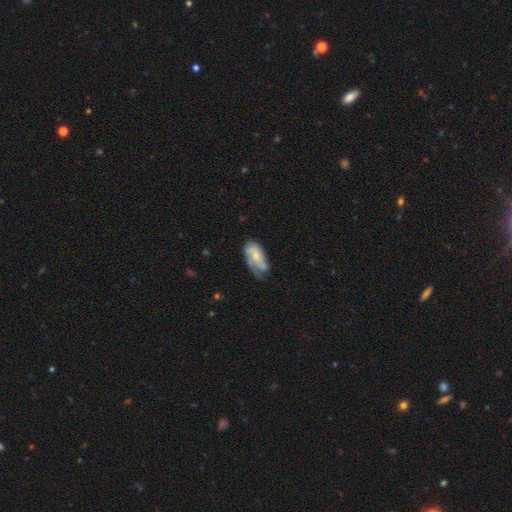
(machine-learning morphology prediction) Smooth or featured?
  - smooth: 49% *
  - featured or disk: 44%
  - star or artifact: 7%
Merging?
  - none: 36% *
  - minor disturbance: 35%
  - major disturbance: 22%
  - merger: 7%